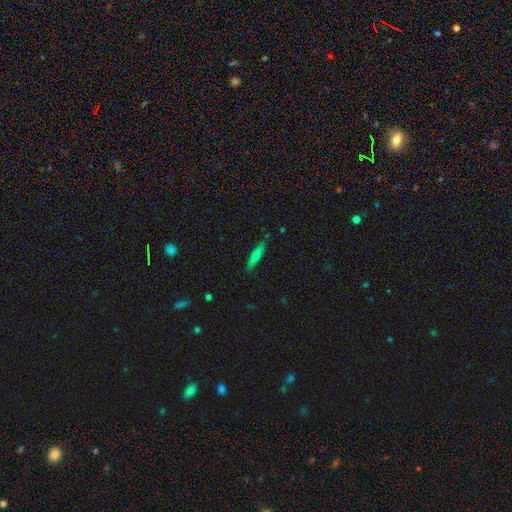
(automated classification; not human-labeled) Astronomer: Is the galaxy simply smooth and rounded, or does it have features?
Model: smooth — 59%.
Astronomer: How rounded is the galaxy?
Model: cigar-shaped — 86%.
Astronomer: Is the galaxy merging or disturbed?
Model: none — 87%.